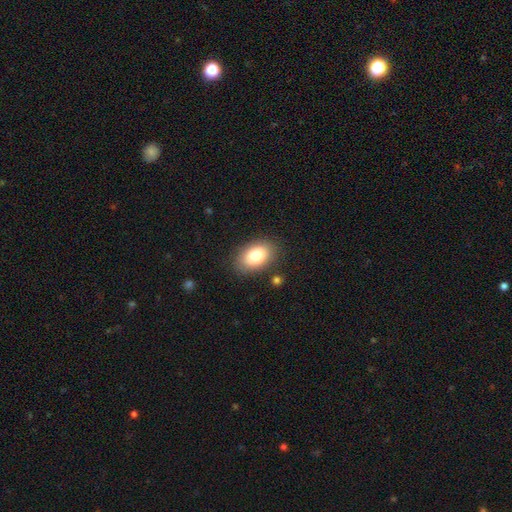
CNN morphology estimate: Overall: smooth (83%). How rounded: in between (89%). Merging: none (84%).